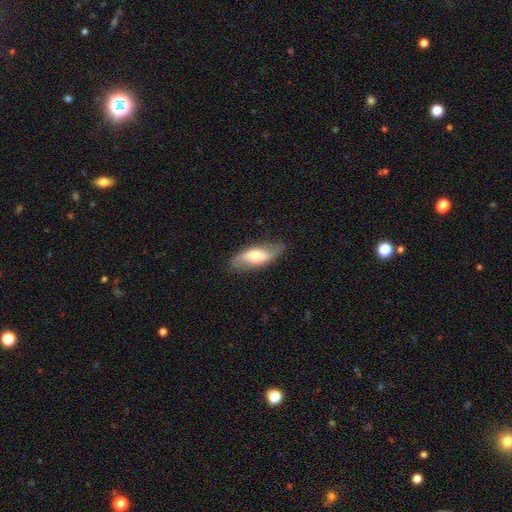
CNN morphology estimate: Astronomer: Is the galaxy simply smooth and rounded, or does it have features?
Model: smooth — 53% (runner-up: featured or disk, 41%).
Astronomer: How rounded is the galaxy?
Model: in between — 78%.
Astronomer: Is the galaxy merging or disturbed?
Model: none — 76%.